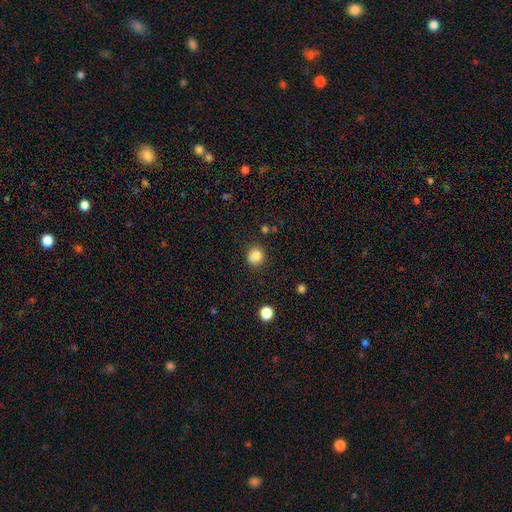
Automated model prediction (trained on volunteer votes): Morphology: type=smooth (83%); roundness=round (88%); merging=none (79%).